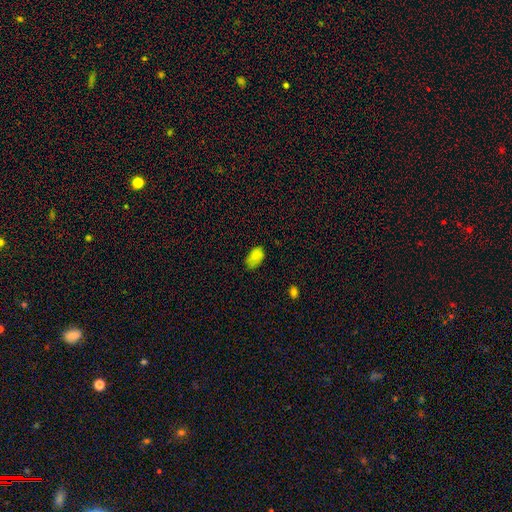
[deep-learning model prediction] Overall: smooth (82%). How rounded: in between (91%). Merging: none (66%; minor disturbance 28%).